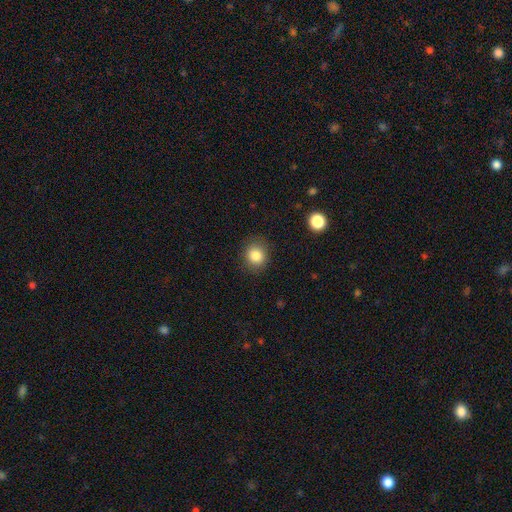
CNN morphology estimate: smooth 83%, star or artifact 10%, featured or disk 6%. Down the decision tree: how rounded — round (77%); merging — none (86%).